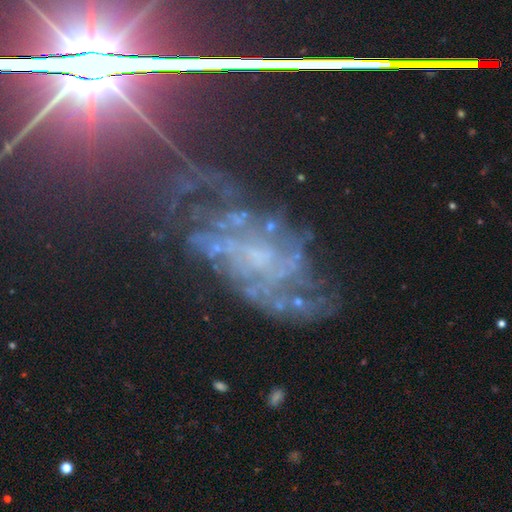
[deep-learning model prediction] This appears to be a featured or disk galaxy (69%) with no bar (69%), tight (42%) spiral arms (82%) and a small central bulge (44%). Merging: none (56%).